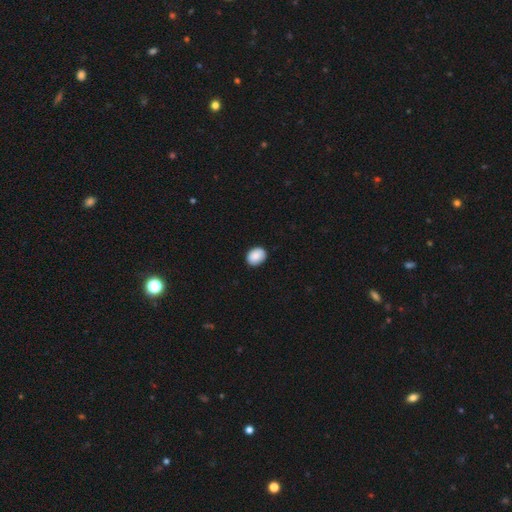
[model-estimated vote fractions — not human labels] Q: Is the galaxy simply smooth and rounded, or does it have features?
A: smooth — 89%.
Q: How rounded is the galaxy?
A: in between — 58%.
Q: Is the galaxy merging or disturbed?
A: none — 88%.